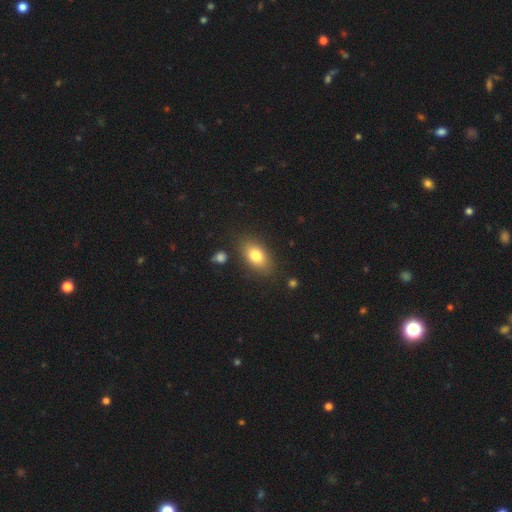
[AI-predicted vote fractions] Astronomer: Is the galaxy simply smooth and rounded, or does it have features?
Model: smooth — 79%.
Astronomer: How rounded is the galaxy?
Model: in between — 87%.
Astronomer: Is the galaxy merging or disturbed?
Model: none — 83%.